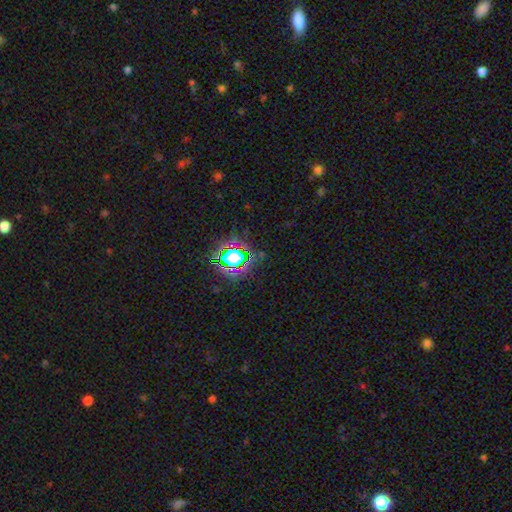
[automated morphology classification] The model was most divided on "smooth or featured": star or artifact: 74%, smooth: 17%, featured or disk: 8%.